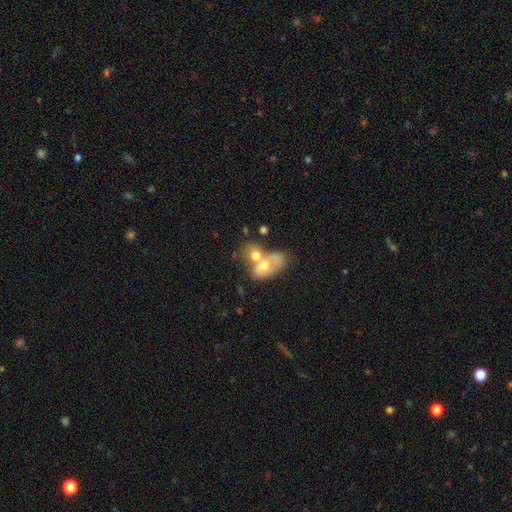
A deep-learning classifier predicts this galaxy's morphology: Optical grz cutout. It shows a smooth galaxy with no disk features (58%) that is in between round and cigar-shaped (69%). Merging: merger (72%).